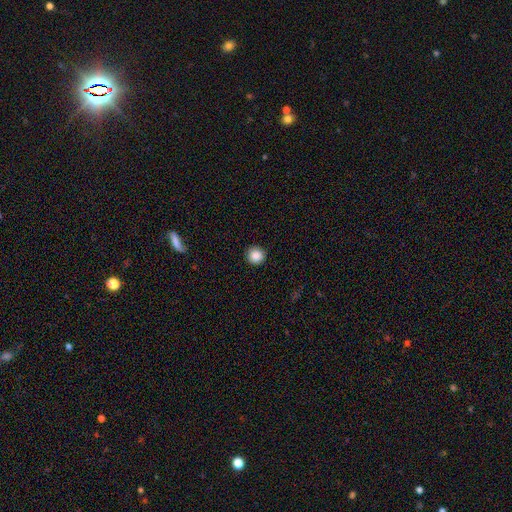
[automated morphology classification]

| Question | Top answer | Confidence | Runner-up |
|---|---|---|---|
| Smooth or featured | smooth | 87% | star or artifact (9%) |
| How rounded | round | 96% | in between (4%) |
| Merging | none | 92% | minor disturbance (5%) |